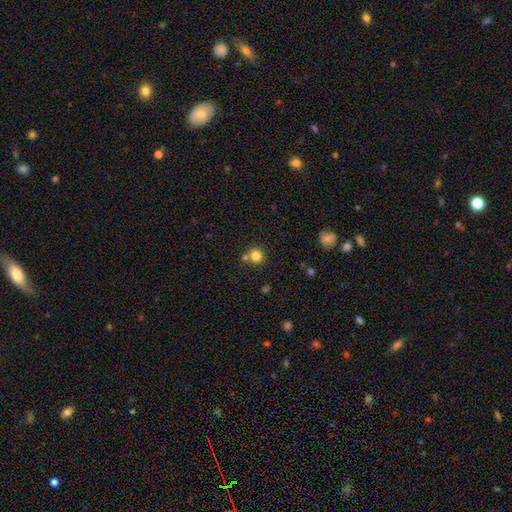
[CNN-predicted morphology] type=smooth (81%); roundness=round (92%); merging=none (68%).